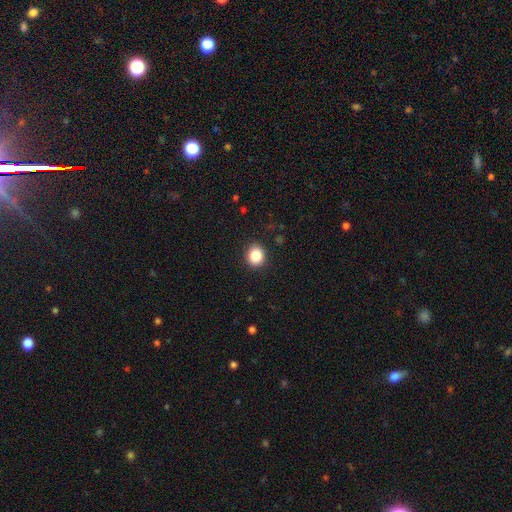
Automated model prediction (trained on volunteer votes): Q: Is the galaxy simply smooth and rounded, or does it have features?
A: smooth — 86%.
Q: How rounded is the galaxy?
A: round — 69%.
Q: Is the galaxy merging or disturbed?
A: none — 89%.